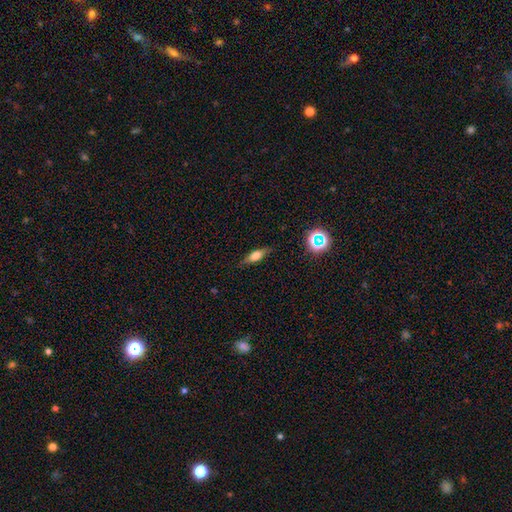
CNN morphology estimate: type=smooth (57%); roundness=in between (53%); merging=none (82%).